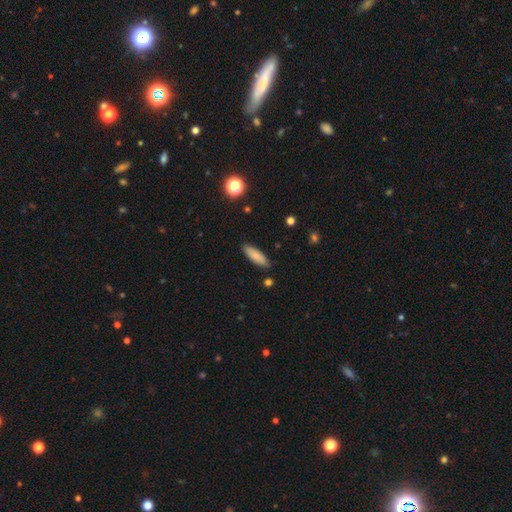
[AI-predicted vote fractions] A smooth galaxy with no disk features (81%) that is in between round and cigar-shaped (55%). Merging: none (85%).